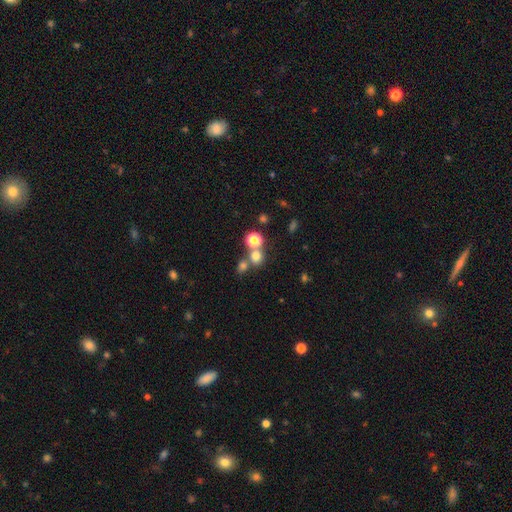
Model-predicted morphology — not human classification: A smooth galaxy with no disk features (71%) that is round (83%). Merging: none (56%).